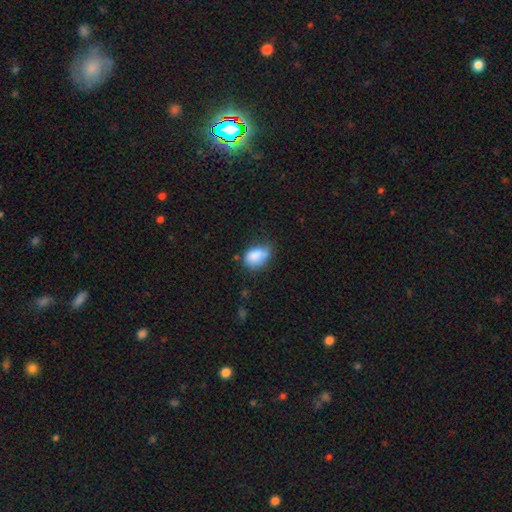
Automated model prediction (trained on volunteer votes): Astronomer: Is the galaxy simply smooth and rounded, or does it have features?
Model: smooth — 82%.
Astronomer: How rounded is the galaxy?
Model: in between — 77%.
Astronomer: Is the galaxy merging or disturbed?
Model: none — 45% (runner-up: minor disturbance, 37%).